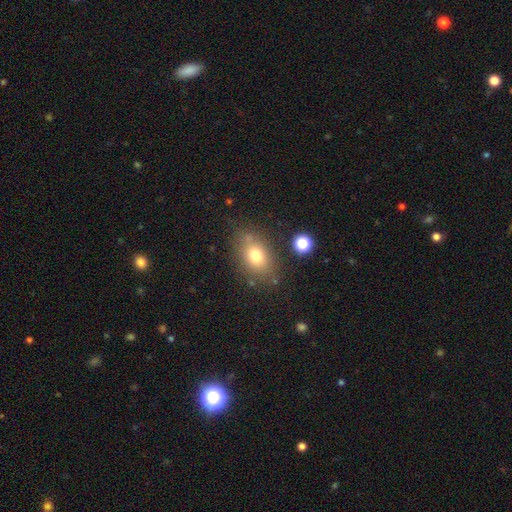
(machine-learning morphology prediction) This appears to be a smooth galaxy with no disk features (74%) that is in between round and cigar-shaped (74%). Merging: none (74%).